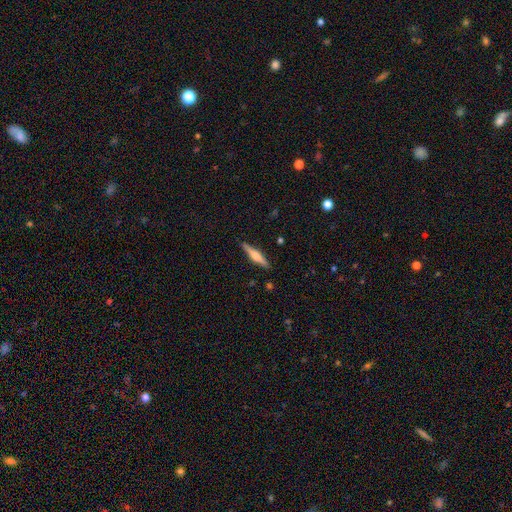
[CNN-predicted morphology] This is possibly a featured or disk galaxy (60%). It is clearly viewed edge-on (97%). Edge-on bulge: clearly rounded (80%). Merging: clearly none (90%).